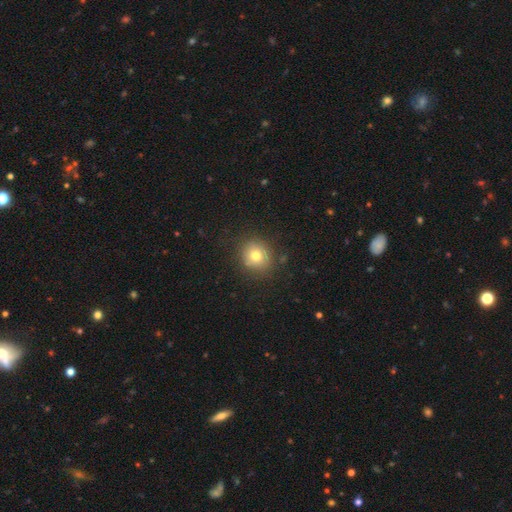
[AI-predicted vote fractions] smooth 76%, star or artifact 13%, featured or disk 11%. Down the decision tree: how rounded — round (85%); merging — none (85%).